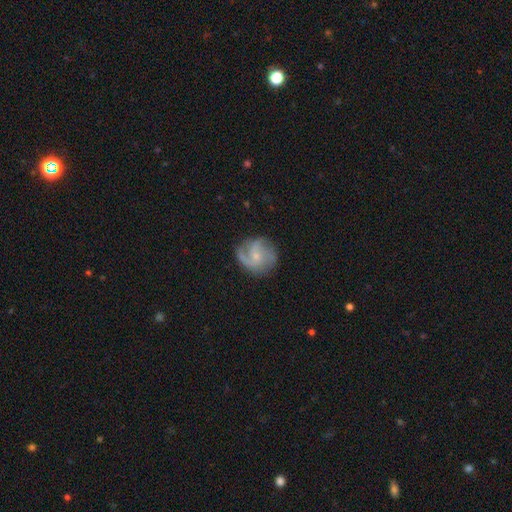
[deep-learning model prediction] The model was most divided on "spiral arm count": 2: 33%, 3: 31%, can't tell: 17%, 1: 10%, 4: 5%, more than 4: 5%. Remaining: edge-on disk — no (98%); spiral arms — yes (93%); smooth or featured — featured or disk (74%); bulge size — small (72%); merging — none (69%); bar — no (62%); spiral winding — medium (46%).